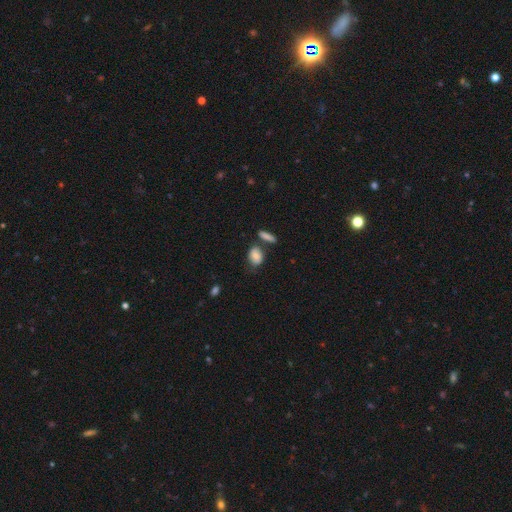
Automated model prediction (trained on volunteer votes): Morphology: type=smooth (78%); roundness=in between (79%); merging=none (56%).